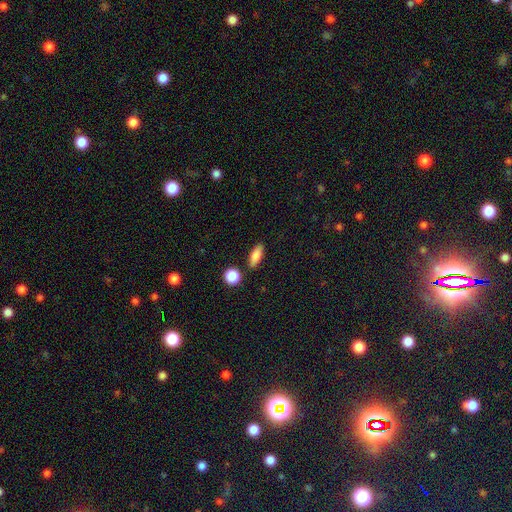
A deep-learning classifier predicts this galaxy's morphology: This is clearly a smooth galaxy (83%). How rounded: likely in between (71%). Merging: clearly none (85%).